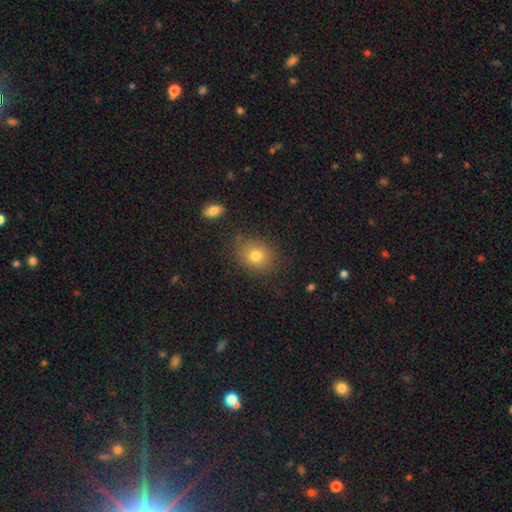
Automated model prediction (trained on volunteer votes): This is likely a smooth galaxy (78%). How rounded: possibly round (57%). Merging: likely none (79%).